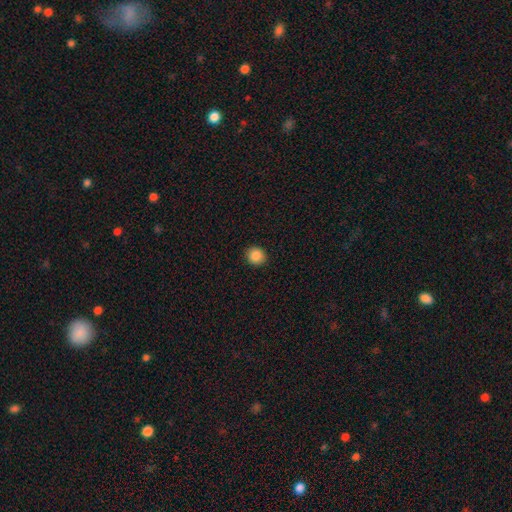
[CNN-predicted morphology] This appears to be a smooth galaxy with no disk features (87%) that is round (86%). Merging: none (92%).